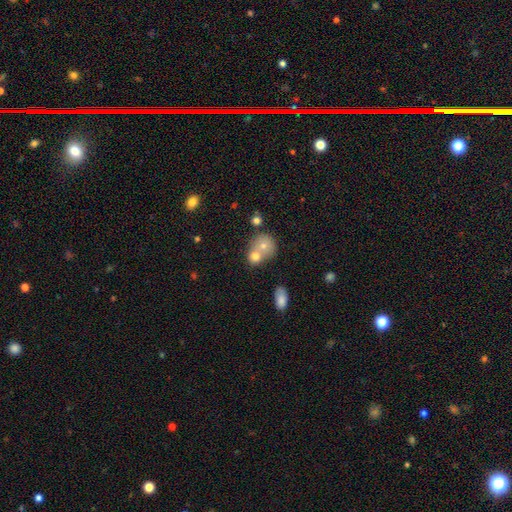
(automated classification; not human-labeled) Smooth or featured? Predicted: smooth (p=0.70). How rounded? Predicted: round (p=0.69). Merging? Predicted: merger (p=0.63).